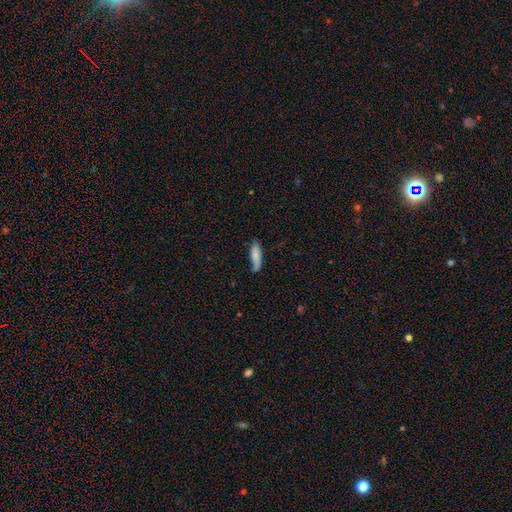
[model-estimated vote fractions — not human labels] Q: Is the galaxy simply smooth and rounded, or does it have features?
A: smooth — 74%.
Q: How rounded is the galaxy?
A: in between — 52%.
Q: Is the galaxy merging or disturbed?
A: none — 61%.